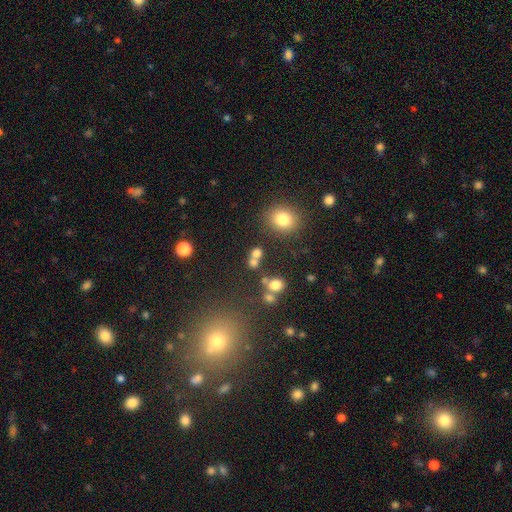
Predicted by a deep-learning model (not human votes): The model was most divided on "merging": none: 45%, merger: 41%, minor disturbance: 9%, major disturbance: 5%. More confident: smooth or featured — smooth (70%); how rounded — round (70%).